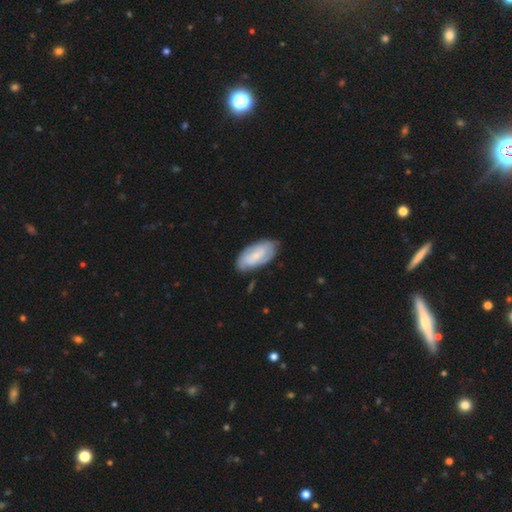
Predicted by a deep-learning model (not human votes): A featured or disk galaxy (48%). Merging: none (75%).